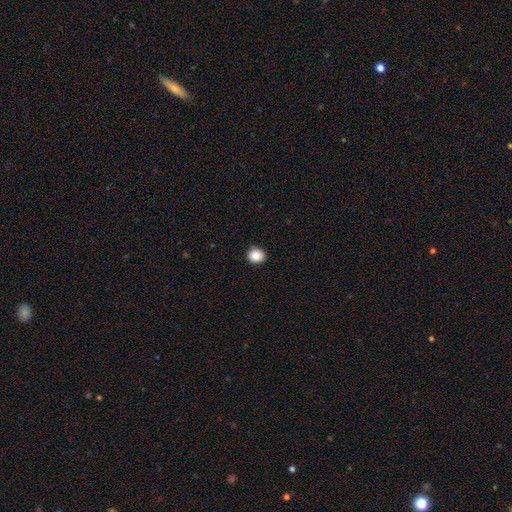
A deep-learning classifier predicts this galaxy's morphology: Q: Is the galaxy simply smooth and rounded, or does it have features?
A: smooth — 87%.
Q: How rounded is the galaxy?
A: round — 88%.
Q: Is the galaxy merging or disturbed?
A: none — 91%.